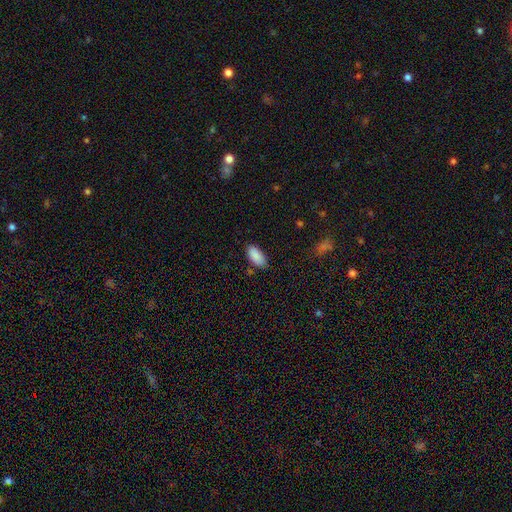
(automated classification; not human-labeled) A smooth galaxy with no disk features (89%) that is in between round and cigar-shaped (93%).

Vote fractions:
- Smooth or featured? smooth: 89% / star or artifact: 7% / featured or disk: 4%
- How rounded? in between: 93% / cigar-shaped: 5% / round: 2%
- Merging? none: 81% / minor disturbance: 14% / major disturbance: 3% / merger: 2%